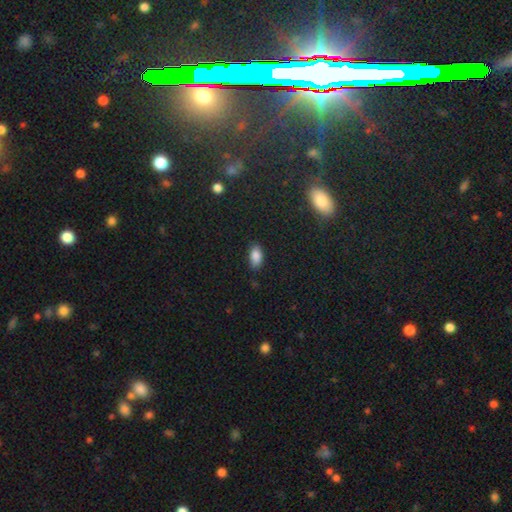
Smooth or featured? smooth (87%)
How rounded? in between (71%)
Merging? none (75%)